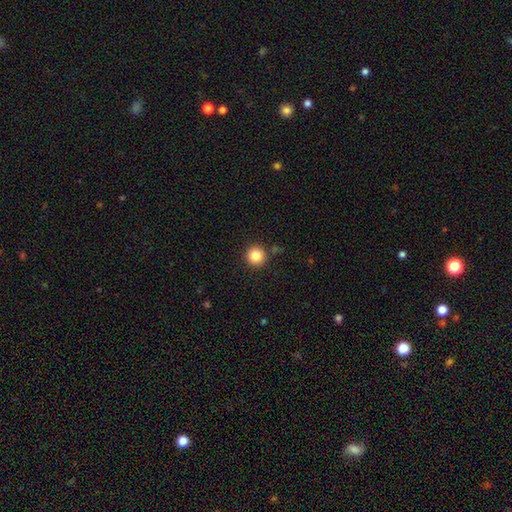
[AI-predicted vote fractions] Q: Smooth or featured?
A: smooth (85%); runner-up: star or artifact (11%)
Q: How rounded?
A: round (96%); runner-up: in between (4%)
Q: Merging?
A: none (89%); runner-up: minor disturbance (6%)